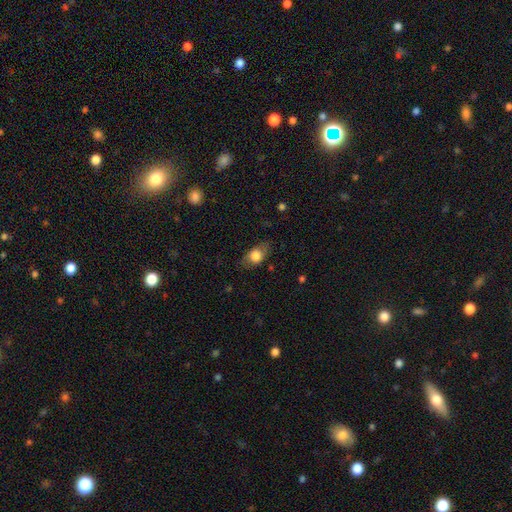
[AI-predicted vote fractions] Q: Smooth or featured?
A: smooth (75%); runner-up: featured or disk (18%)
Q: How rounded?
A: in between (78%); runner-up: round (18%)
Q: Merging?
A: none (73%); runner-up: minor disturbance (19%)